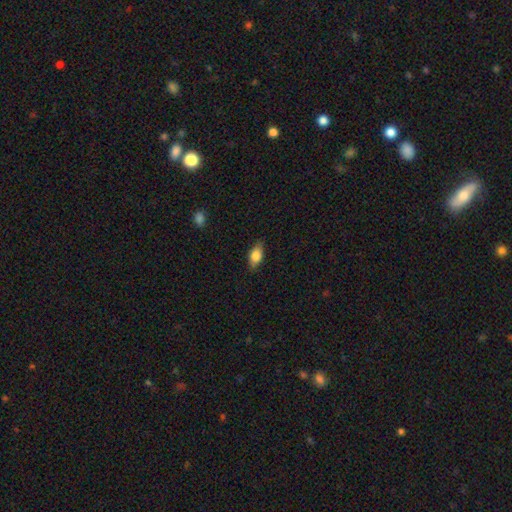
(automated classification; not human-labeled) This appears to be a smooth galaxy with no disk features (76%) that is in between round and cigar-shaped (85%). Merging: none (82%).